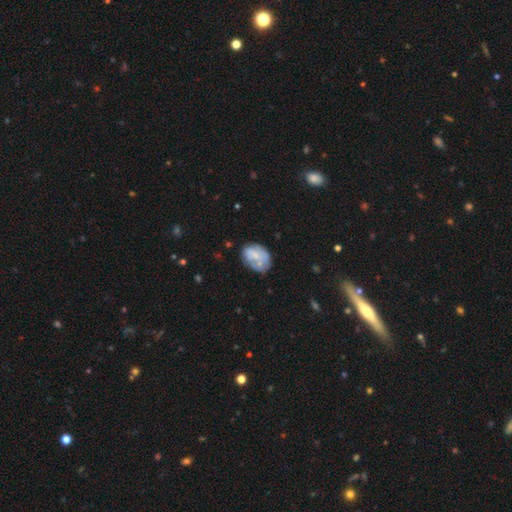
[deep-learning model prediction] smooth-or-featured: smooth: 47% | featured or disk: 45% | star or artifact: 8%
  merging: none: 54% | minor disturbance: 28% | major disturbance: 12% | merger: 6%